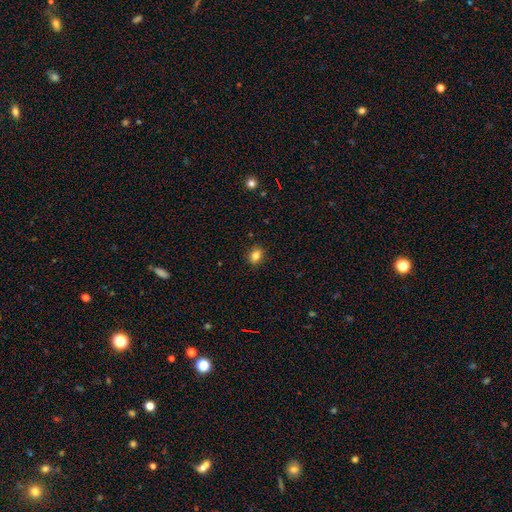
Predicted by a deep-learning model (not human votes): A smooth galaxy with no disk features (82%) that is round (49%, tied with in between). Merging: none (88%).